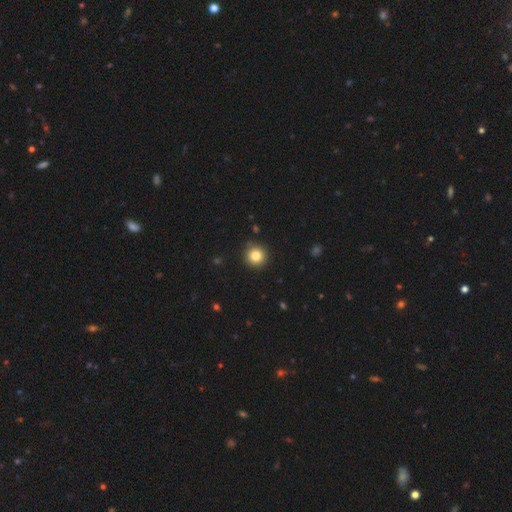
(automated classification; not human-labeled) Smooth or featured? smooth (83%)
How rounded? round (95%)
Merging? none (90%)